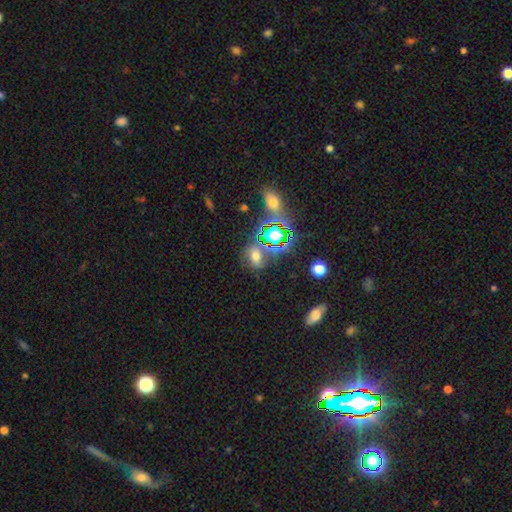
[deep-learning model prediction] Q: Smooth or featured?
A: star or artifact (67%); runner-up: smooth (22%)